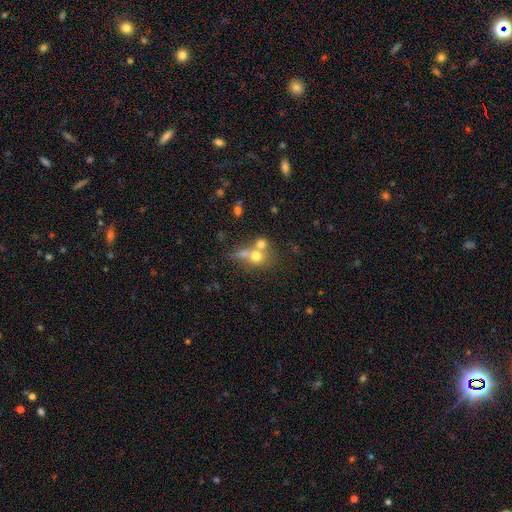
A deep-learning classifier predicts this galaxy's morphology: Smooth or featured? smooth (63%)
How rounded? round (76%)
Merging? merger (56%)